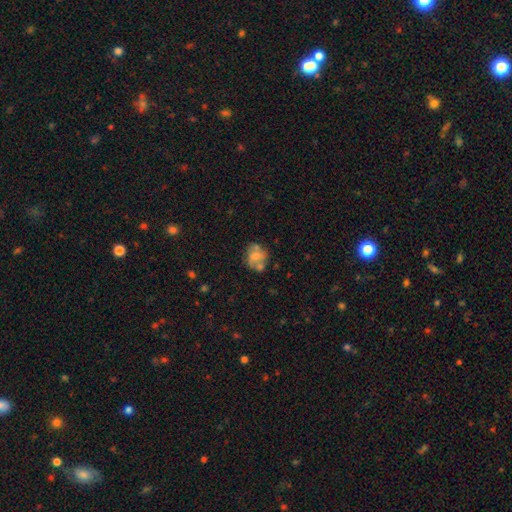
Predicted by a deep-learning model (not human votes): Smooth or featured: smooth — 50% (featured or disk — 40%)
How rounded: round — 63% (in between — 36%)
Merging: none — 50% (minor disturbance — 20%)